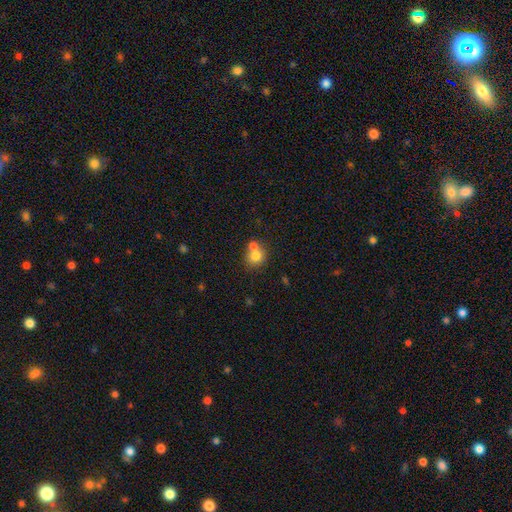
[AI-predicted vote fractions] This is likely a smooth galaxy (76%). How rounded: clearly round (81%). Merging: marginally merger (45%, tied with none).